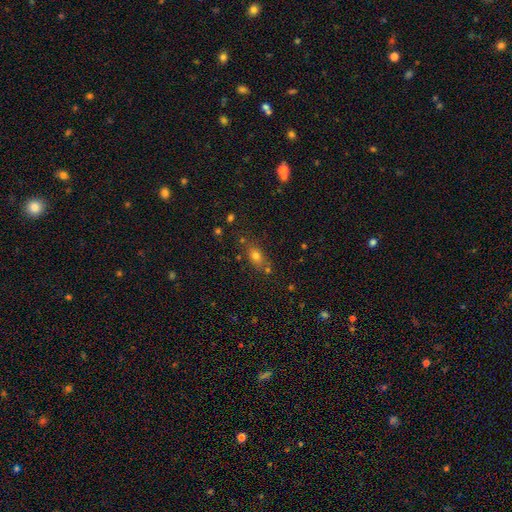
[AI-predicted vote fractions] Q: Smooth or featured?
A: smooth (71%); runner-up: star or artifact (16%)
Q: How rounded?
A: in between (68%); runner-up: round (25%)
Q: Merging?
A: none (68%); runner-up: minor disturbance (16%)